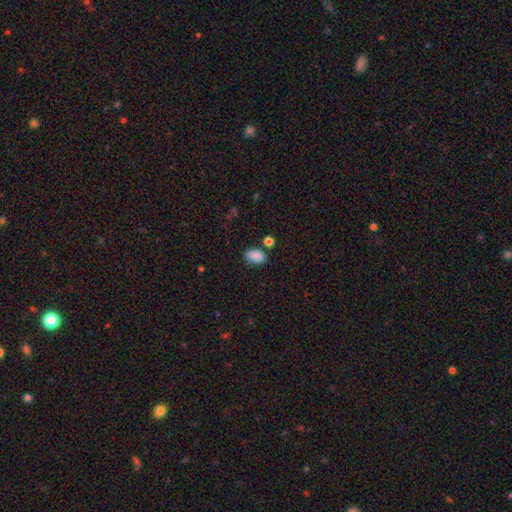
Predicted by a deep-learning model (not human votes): A smooth galaxy with no disk features (87%) that is in between round and cigar-shaped (87%). Merging: none (74%).